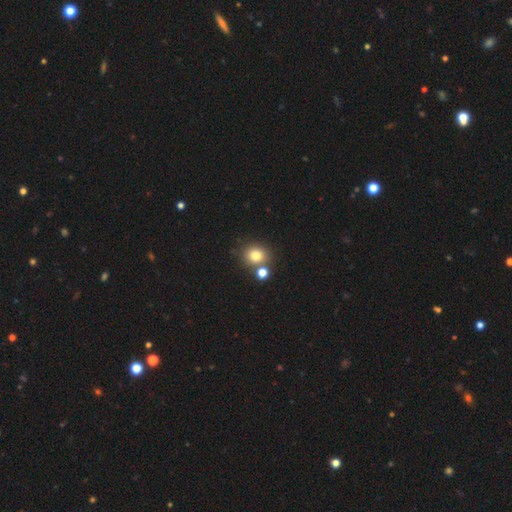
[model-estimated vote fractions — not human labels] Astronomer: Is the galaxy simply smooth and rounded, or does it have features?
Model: smooth — 78%.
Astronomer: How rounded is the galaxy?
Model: round — 77%.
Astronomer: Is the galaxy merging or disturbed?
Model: none — 65%.